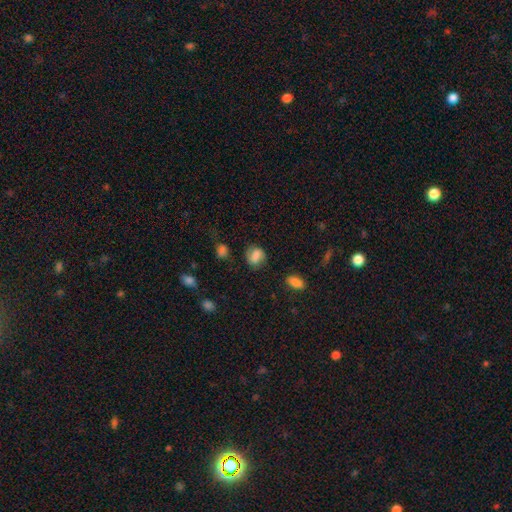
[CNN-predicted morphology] Overall: smooth (73%). How rounded: in between (51%; round 47%). Merging: none (66%).